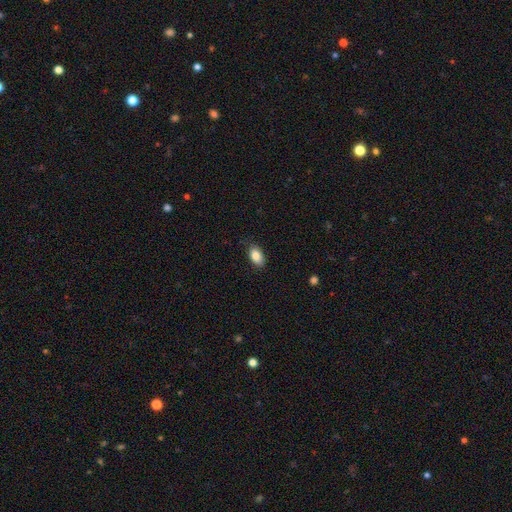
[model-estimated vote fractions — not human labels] smooth-or-featured: smooth: 86% | star or artifact: 8% | featured or disk: 7%
  how-rounded: in between: 90% | round: 8% | cigar-shaped: 2%
  merging: none: 81% | minor disturbance: 15% | major disturbance: 3% | merger: 1%